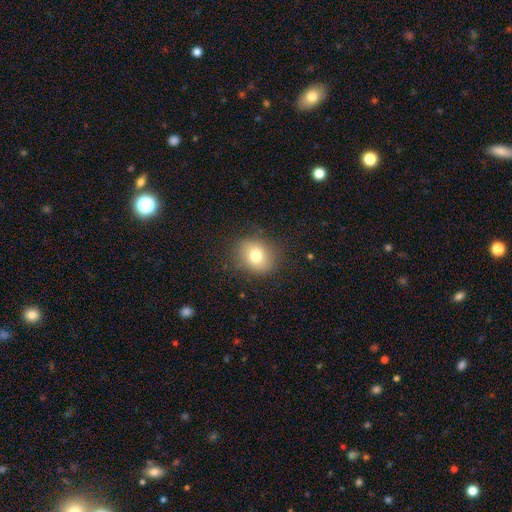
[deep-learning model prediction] Smooth or featured: smooth — 76% (featured or disk — 13%)
How rounded: round — 62% (in between — 37%)
Merging: none — 83% (minor disturbance — 12%)